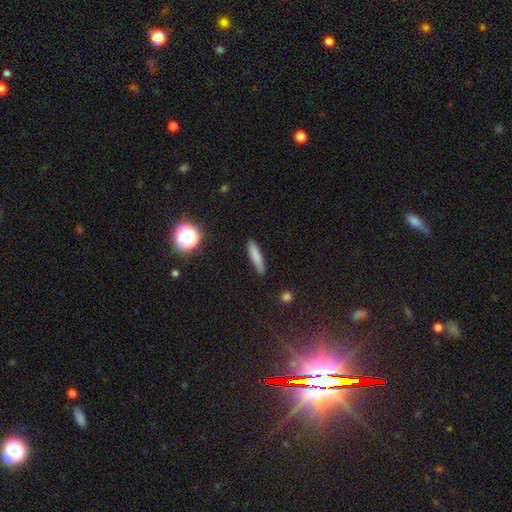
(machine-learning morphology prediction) Q: Smooth or featured?
A: smooth (80%); runner-up: featured or disk (11%)
Q: How rounded?
A: cigar-shaped (85%); runner-up: in between (13%)
Q: Merging?
A: none (85%); runner-up: minor disturbance (11%)